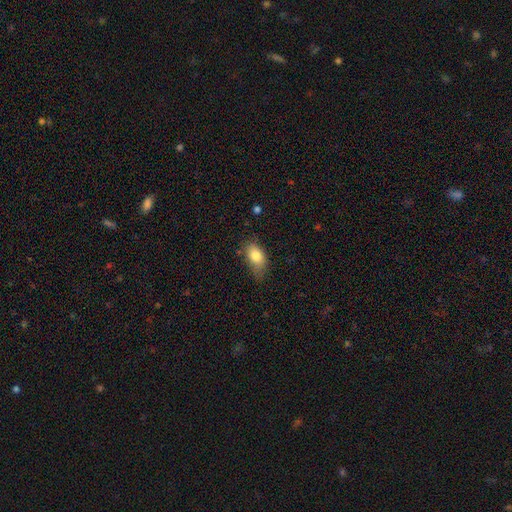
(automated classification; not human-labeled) A smooth galaxy with no disk features (81%) that is in between round and cigar-shaped (88%). Merging: none (56%).